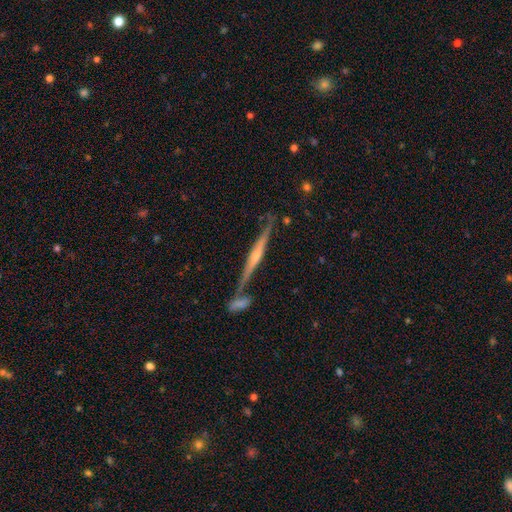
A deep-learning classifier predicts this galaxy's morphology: A featured or disk galaxy (74%) viewed edge-on (96%) with a rounded central bulge (64%).

Vote fractions:
- Smooth or featured? featured or disk: 74% / smooth: 19% / star or artifact: 7%
- Edge-on disk? yes: 96% / no: 4%
- Edge-on bulge? rounded: 64% / none: 26% / boxy: 10%
- Merging? none: 67% / merger: 17% / minor disturbance: 13% / major disturbance: 4%